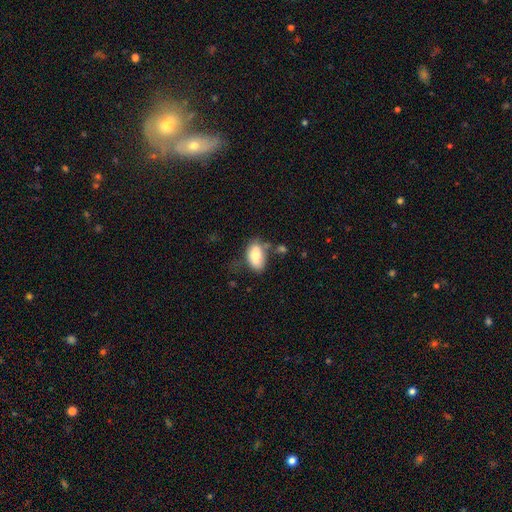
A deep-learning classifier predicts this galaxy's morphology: A smooth galaxy with no disk features (78%) that is in between round and cigar-shaped (93%). Merging: none (52%).